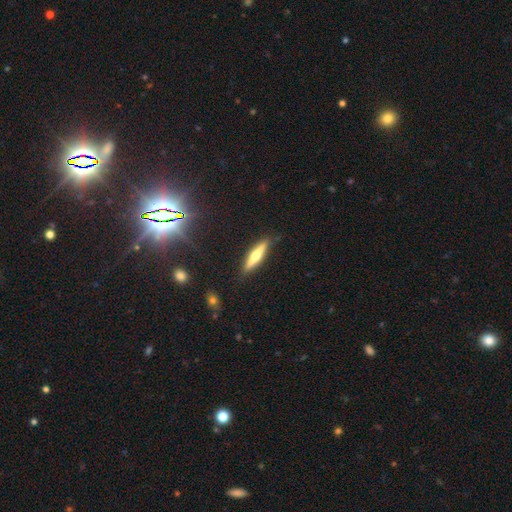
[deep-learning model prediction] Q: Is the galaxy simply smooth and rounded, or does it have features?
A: featured or disk — 55%.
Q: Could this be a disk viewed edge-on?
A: yes — 95%.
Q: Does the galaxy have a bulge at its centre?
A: rounded — 88%.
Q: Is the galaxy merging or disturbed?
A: none — 87%.